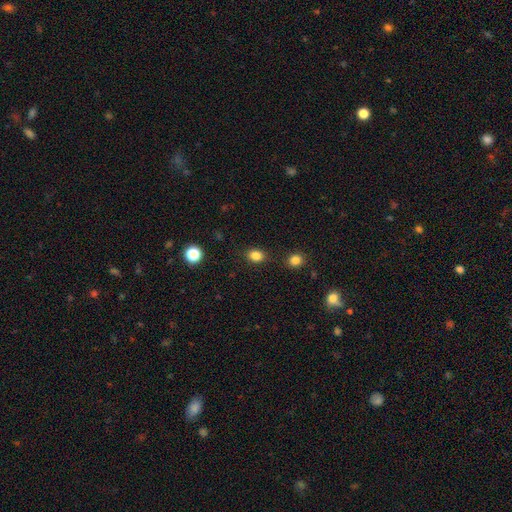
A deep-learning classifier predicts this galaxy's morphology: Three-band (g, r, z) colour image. It shows a smooth galaxy with no disk features (84%) that is in between round and cigar-shaped (54%). Merging: none (85%).